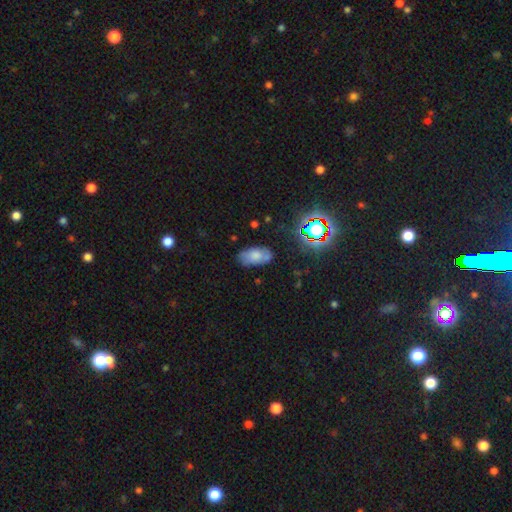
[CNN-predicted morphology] Smooth or featured? Predicted: smooth (p=0.64). How rounded? Predicted: in between (p=0.92). Merging? Predicted: none (p=0.69).